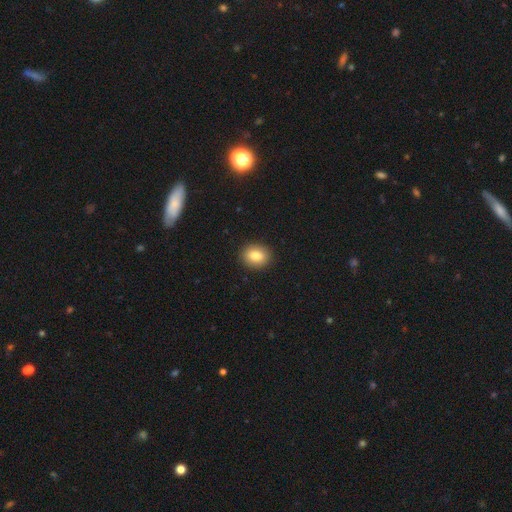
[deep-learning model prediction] smooth-or-featured: smooth: 83% | star or artifact: 9% | featured or disk: 8%
  how-rounded: round: 50% | in between: 49% | cigar-shaped: 1%
  merging: none: 91% | minor disturbance: 6% | major disturbance: 2% | merger: 1%